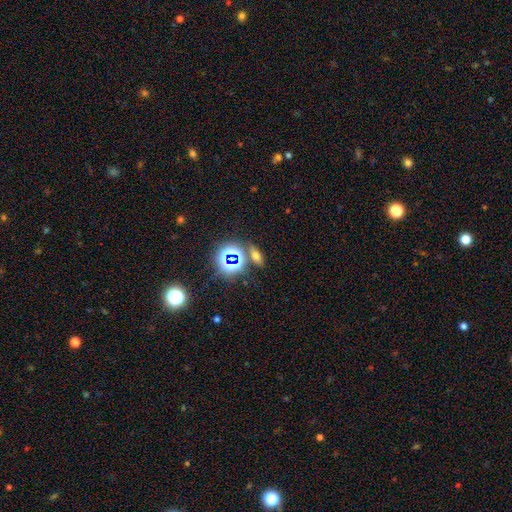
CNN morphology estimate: A smooth galaxy with no disk features (48%).

Vote fractions:
- Smooth or featured? smooth: 48% / star or artifact: 36% / featured or disk: 16%
- Merging? none: 78% / minor disturbance: 10% / merger: 9% / major disturbance: 4%